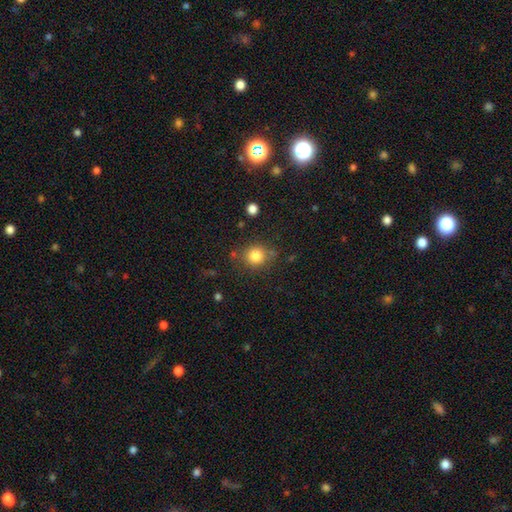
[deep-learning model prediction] This is clearly a smooth galaxy (82%). How rounded: clearly round (85%). Merging: likely none (76%).